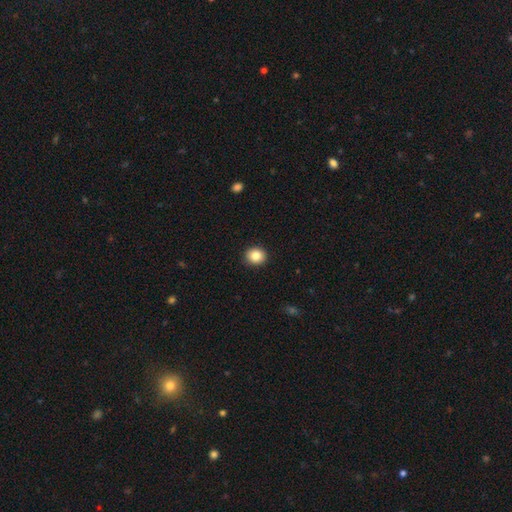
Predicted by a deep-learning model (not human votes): smooth_or_featured: smooth (p=0.84) [alt: star or artifact p=0.09]
how_rounded: round (p=0.79) [alt: in between p=0.20]
merging: none (p=0.91) [alt: minor disturbance p=0.06]